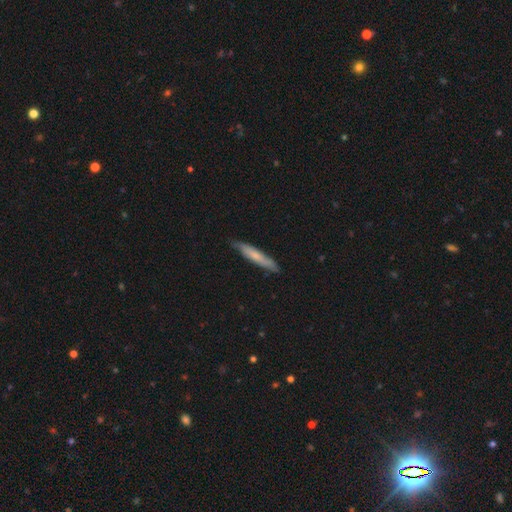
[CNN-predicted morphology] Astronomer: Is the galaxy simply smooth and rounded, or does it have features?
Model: smooth — 60% (runner-up: featured or disk, 35%).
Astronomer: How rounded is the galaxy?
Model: cigar-shaped — 90%.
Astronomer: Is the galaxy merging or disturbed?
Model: none — 79%.